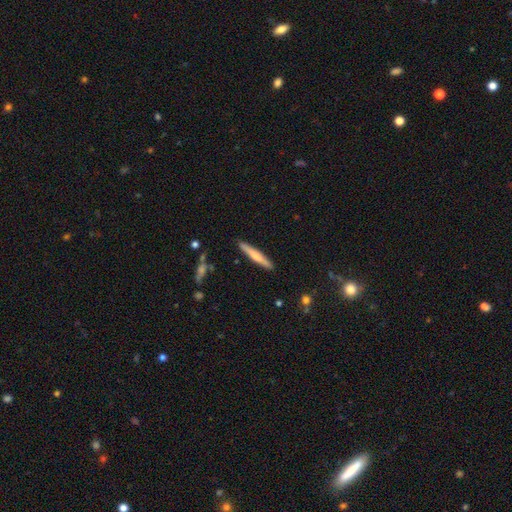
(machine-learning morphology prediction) smooth-or-featured: smooth: 56% | featured or disk: 39% | star or artifact: 5%
  how-rounded: cigar-shaped: 94% | in between: 5% | round: 1%
  merging: none: 90% | minor disturbance: 7% | major disturbance: 1% | merger: 1%